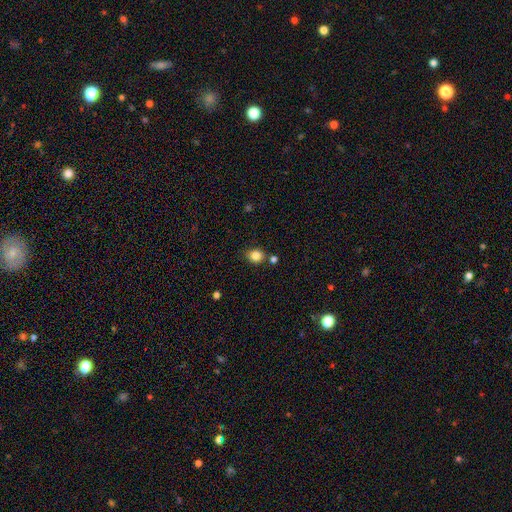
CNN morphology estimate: The model was most divided on "how rounded": round: 73%, in between: 26%, cigar-shaped: 1%. More confident: smooth or featured — smooth (84%); merging — none (76%).